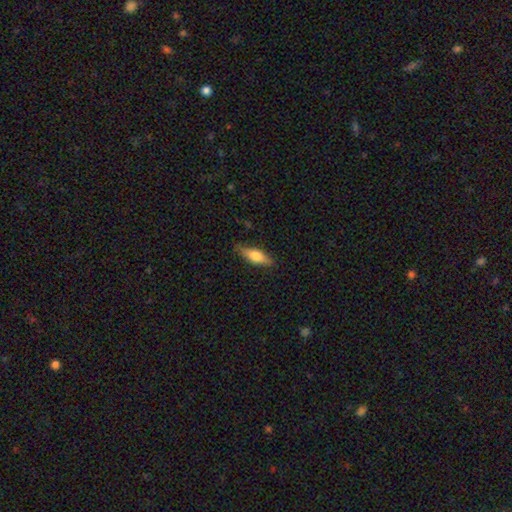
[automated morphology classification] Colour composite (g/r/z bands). It shows a smooth galaxy with no disk features (60%) that is in between round and cigar-shaped (53%). Merging: none (82%).